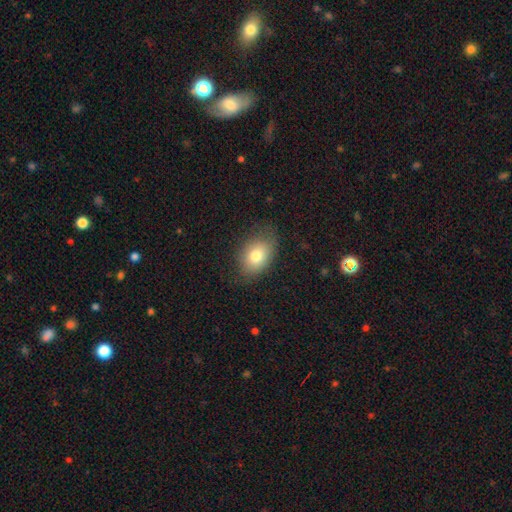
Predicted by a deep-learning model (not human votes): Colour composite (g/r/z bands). It shows a smooth galaxy with no disk features (78%) that is in between round and cigar-shaped (77%). Merging: none (74%).